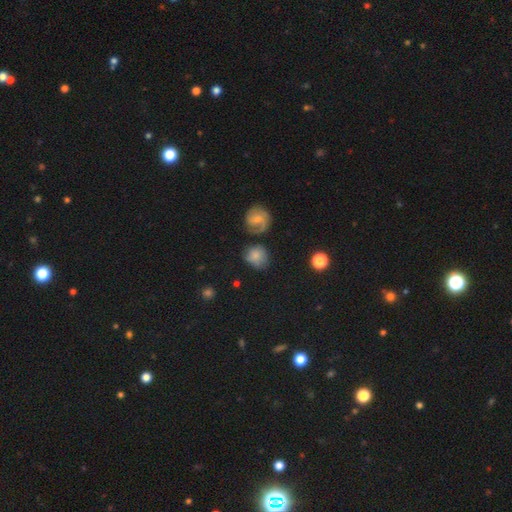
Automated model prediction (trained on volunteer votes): smooth 67%, featured or disk 22%, star or artifact 11%. Down the decision tree: how rounded — round (72%); merging — none (56%).